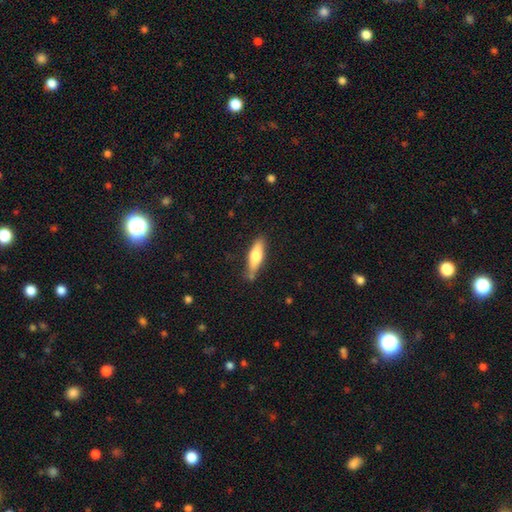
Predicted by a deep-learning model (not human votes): This is likely a smooth galaxy (62%). How rounded: likely cigar-shaped (61%). Merging: likely none (76%).